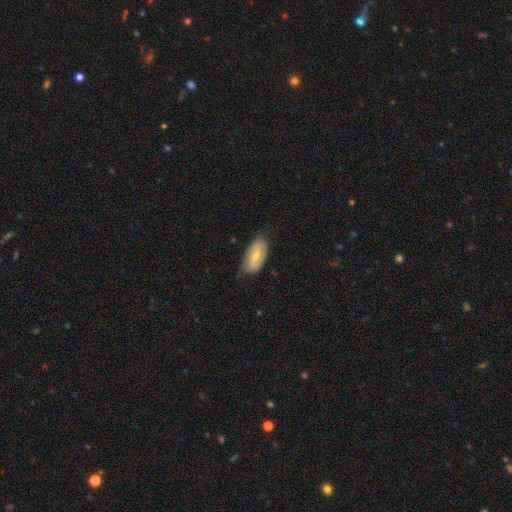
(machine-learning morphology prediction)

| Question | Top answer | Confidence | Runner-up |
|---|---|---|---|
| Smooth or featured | featured or disk | 51% | smooth (43%) |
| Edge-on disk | no | 91% | yes (9%) |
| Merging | none | 69% | minor disturbance (25%) |